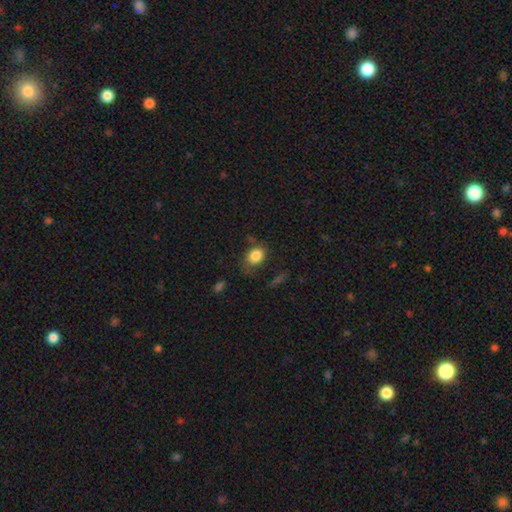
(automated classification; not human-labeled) Morphology: type=smooth (84%); roundness=in between (63%); merging=none (61%).